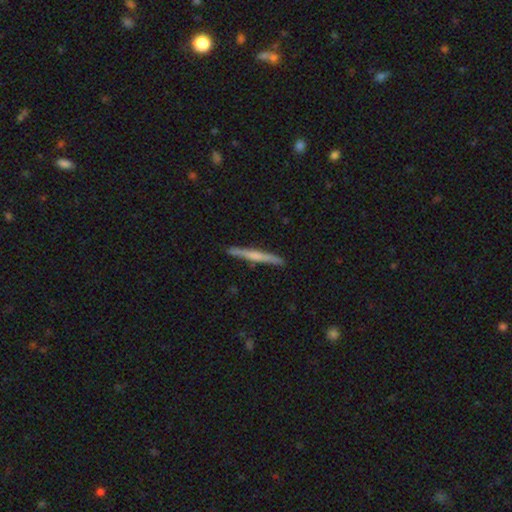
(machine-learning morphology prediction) Smooth or featured?
  - featured or disk: 54% *
  - smooth: 40%
  - star or artifact: 6%
Edge-on disk?
  - yes: 98% *
  - no: 2%
Edge-on bulge?
  - rounded: 49% *
  - none: 37%
  - boxy: 14%
Merging?
  - none: 90% *
  - minor disturbance: 7%
  - major disturbance: 1%
  - merger: 1%